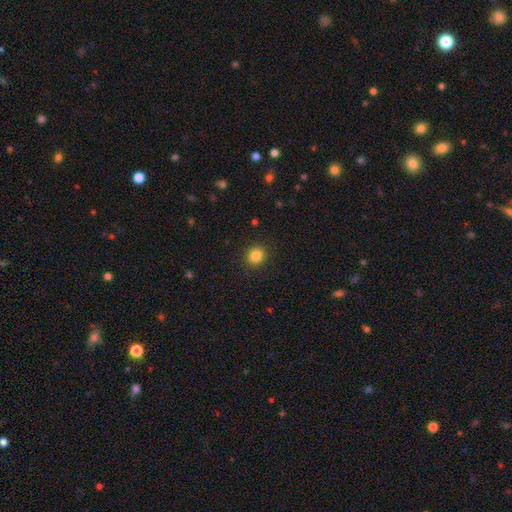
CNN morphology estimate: Smooth or featured: smooth — 84% (star or artifact — 12%)
How rounded: round — 90% (in between — 9%)
Merging: none — 91% (minor disturbance — 6%)